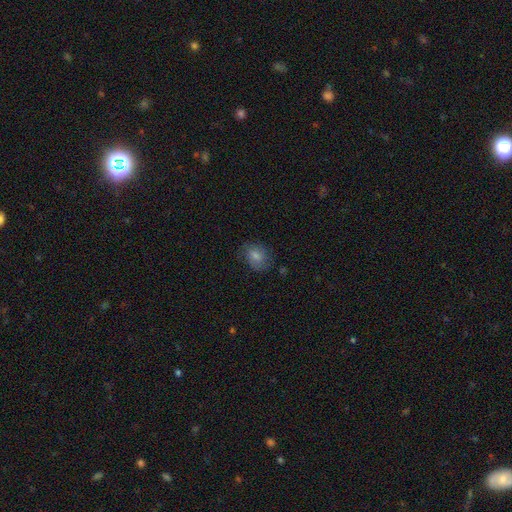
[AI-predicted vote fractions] This appears to be a smooth galaxy with no disk features (55%) that is round (54%). Merging: none (75%).